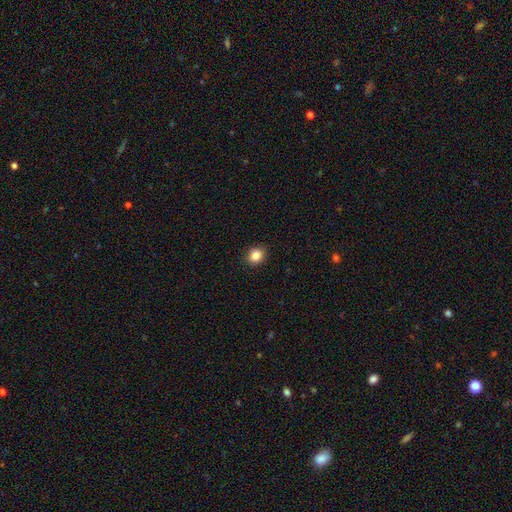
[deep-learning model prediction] A smooth galaxy with no disk features (85%) that is round (69%).

Vote fractions:
- Smooth or featured? smooth: 85% / star or artifact: 10% / featured or disk: 4%
- How rounded? round: 69% / in between: 30% / cigar-shaped: 1%
- Merging? none: 90% / minor disturbance: 7% / major disturbance: 2% / merger: 1%